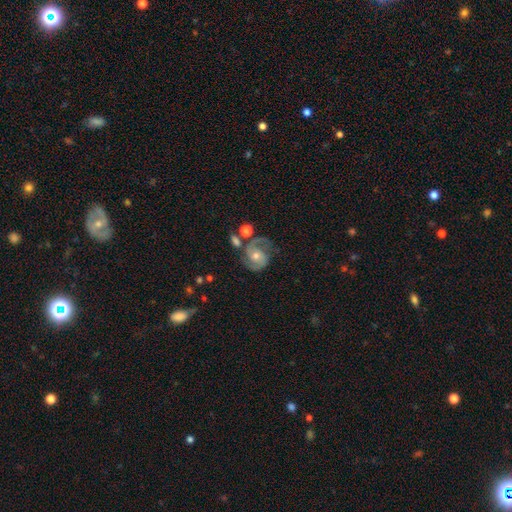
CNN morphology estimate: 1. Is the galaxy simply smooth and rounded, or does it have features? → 83% featured or disk, 10% smooth, 6% star or artifact.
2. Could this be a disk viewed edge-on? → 98% no, 2% yes.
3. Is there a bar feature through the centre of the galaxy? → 65% no, 28% weak, 7% strong.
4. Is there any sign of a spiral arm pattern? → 96% yes, 4% no.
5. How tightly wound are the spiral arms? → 52% medium, 30% tight, 18% loose.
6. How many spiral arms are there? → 84% 2, 6% 1, 4% can't tell, 3% 3, 1% 4, 1% more than 4.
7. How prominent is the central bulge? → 56% moderate, 38% small, 3% large, 2% none, 1% dominant.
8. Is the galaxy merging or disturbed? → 57% none, 19% minor disturbance, 13% major disturbance, 10% merger.